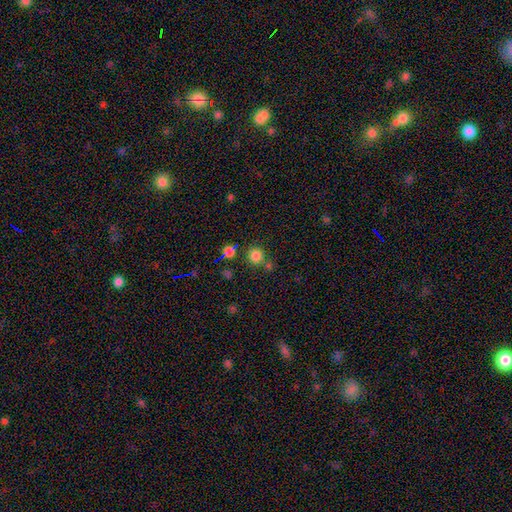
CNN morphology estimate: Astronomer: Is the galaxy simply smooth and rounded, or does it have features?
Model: smooth — 79%.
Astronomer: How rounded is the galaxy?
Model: round — 92%.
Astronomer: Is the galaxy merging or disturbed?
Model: none — 74%.